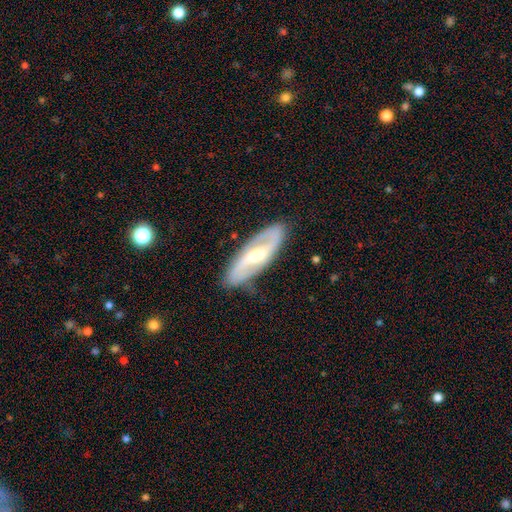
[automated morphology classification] featured or disk 82%, smooth 13%, star or artifact 4%. Down the decision tree: edge-on disk — no (90%); bar — weak (45%); spiral arms — yes (92%); spiral arm count — 2 (91%); spiral winding — medium (47%); bulge size — moderate (60%); merging — none (83%).